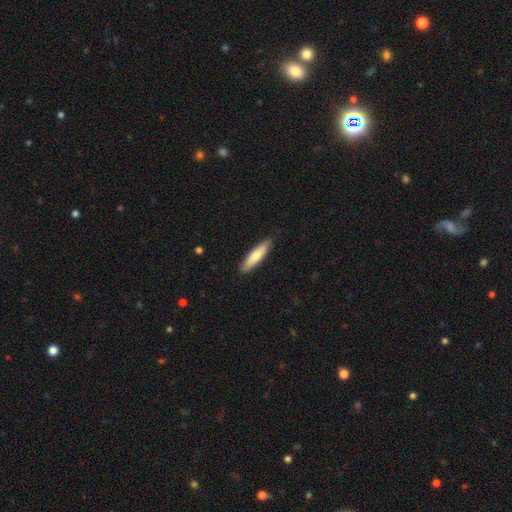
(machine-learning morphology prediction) A smooth galaxy with no disk features (76%) that is cigar-shaped (74%). Merging: none (86%).